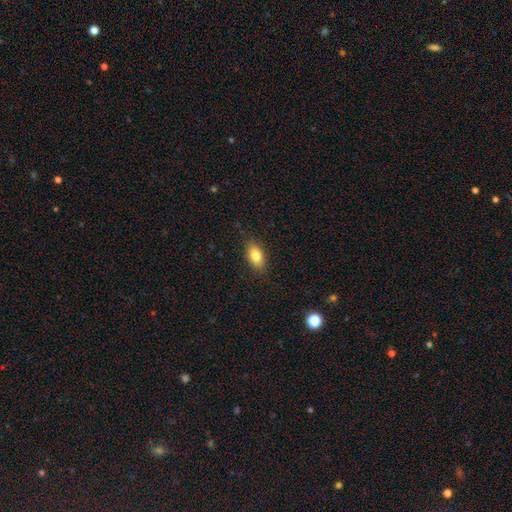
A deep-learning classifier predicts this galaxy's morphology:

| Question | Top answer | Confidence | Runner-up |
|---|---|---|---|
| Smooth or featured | smooth | 81% | featured or disk (11%) |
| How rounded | in between | 88% | round (8%) |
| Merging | none | 85% | minor disturbance (11%) |